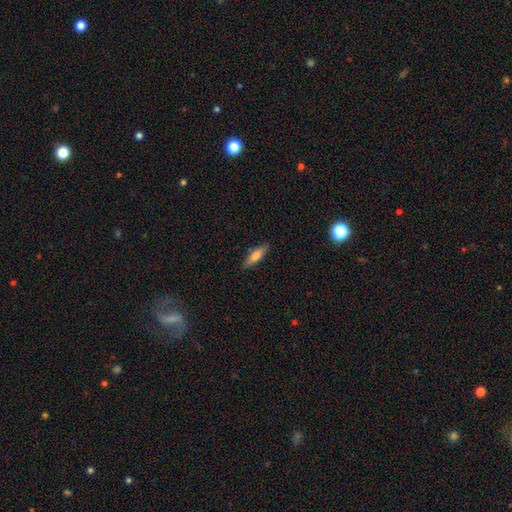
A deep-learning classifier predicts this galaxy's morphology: This appears to be a smooth galaxy with no disk features (74%) that is cigar-shaped (59%). Merging: none (86%).